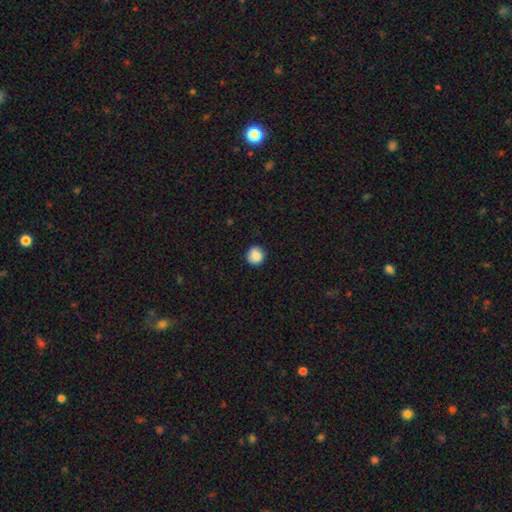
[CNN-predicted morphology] A smooth galaxy with no disk features (87%) that is round (92%). Merging: none (88%).